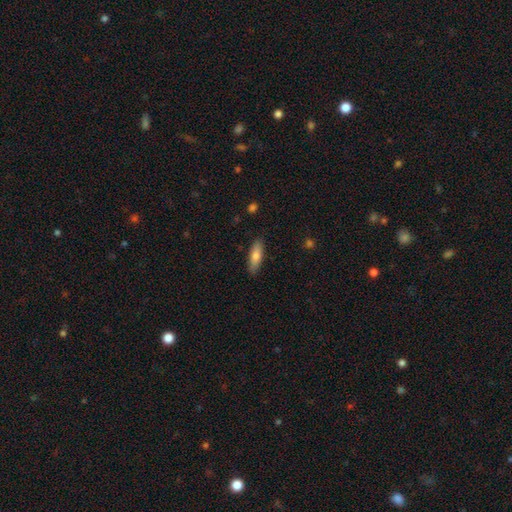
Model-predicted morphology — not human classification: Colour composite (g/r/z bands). It shows a smooth galaxy with no disk features (74%) that is cigar-shaped (51%). Merging: none (87%).